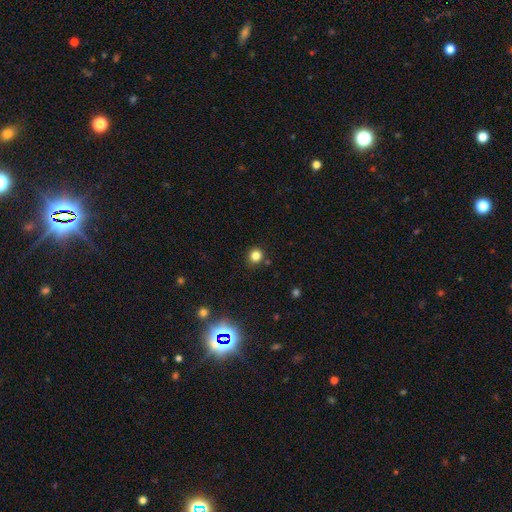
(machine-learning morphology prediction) Overall: smooth (82%). How rounded: round (89%). Merging: none (88%).